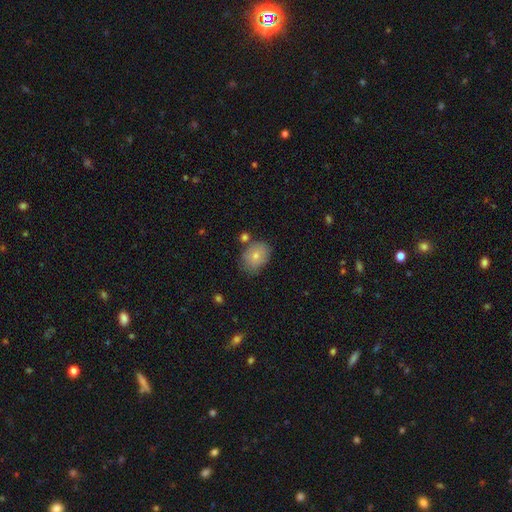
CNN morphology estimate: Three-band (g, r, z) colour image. It shows a smooth galaxy with no disk features (76%) that is in between round and cigar-shaped (59%). Merging: none (64%).